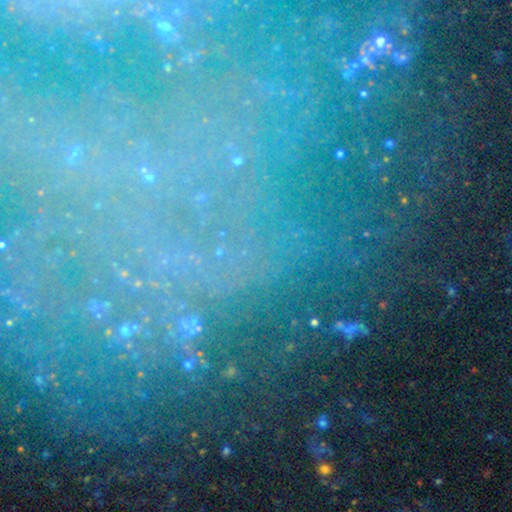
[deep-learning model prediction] Overall: star or artifact (61%; featured or disk 24%).